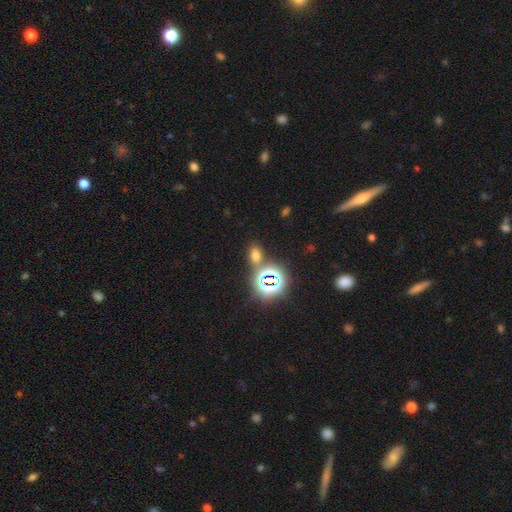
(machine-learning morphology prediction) type=smooth (54%); roundness=in between (74%); merging=none (73%).